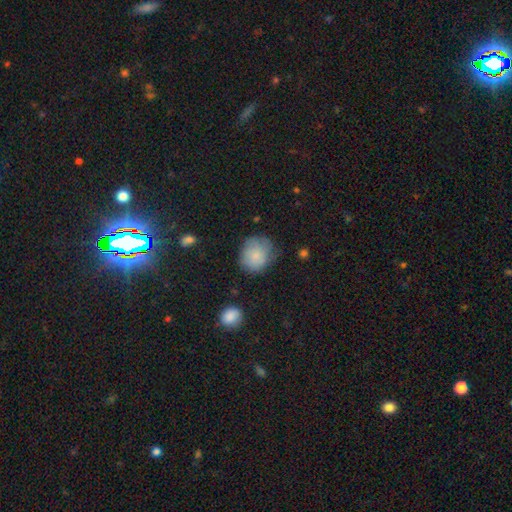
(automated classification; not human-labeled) Smooth or featured? smooth (81%)
How rounded? round (71%)
Merging? none (61%)